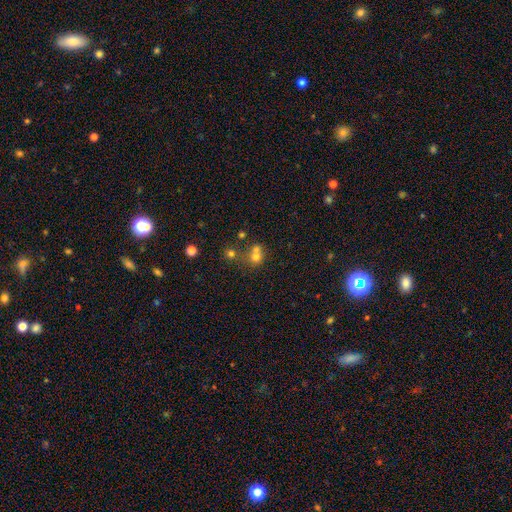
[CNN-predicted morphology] The model was most divided on "merging": merger: 54%, none: 34%, minor disturbance: 7%, major disturbance: 4%. More confident: how rounded — round (74%); smooth or featured — smooth (67%).